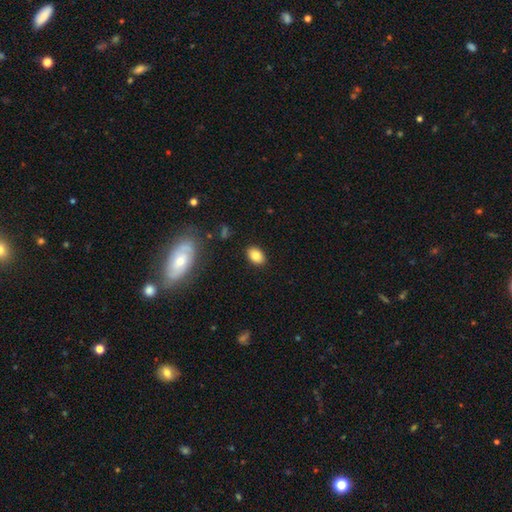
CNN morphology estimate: smooth_or_featured: smooth (p=0.82) [alt: featured or disk p=0.09]
how_rounded: in between (p=0.86) [alt: round p=0.13]
merging: none (p=0.87) [alt: minor disturbance p=0.09]